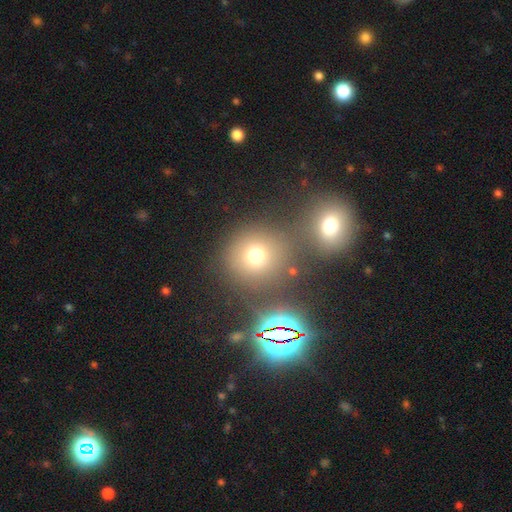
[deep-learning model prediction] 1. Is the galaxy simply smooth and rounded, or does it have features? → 67% smooth, 23% star or artifact, 10% featured or disk.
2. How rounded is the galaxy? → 89% round, 10% in between, 1% cigar-shaped.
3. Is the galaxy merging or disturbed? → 71% none, 15% merger, 9% minor disturbance, 5% major disturbance.